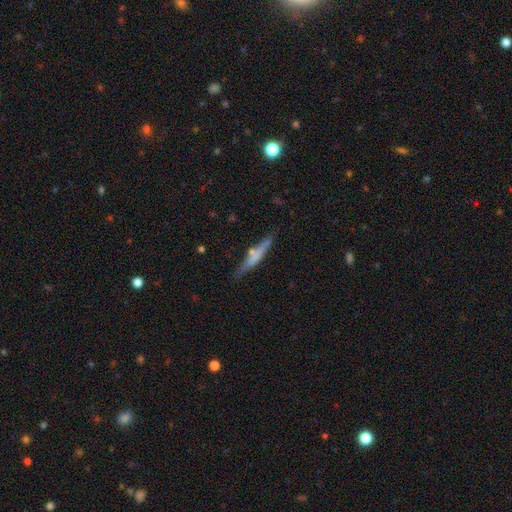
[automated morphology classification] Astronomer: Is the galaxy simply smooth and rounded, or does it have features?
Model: smooth — 49% (runner-up: featured or disk, 44%).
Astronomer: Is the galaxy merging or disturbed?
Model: none — 76%.